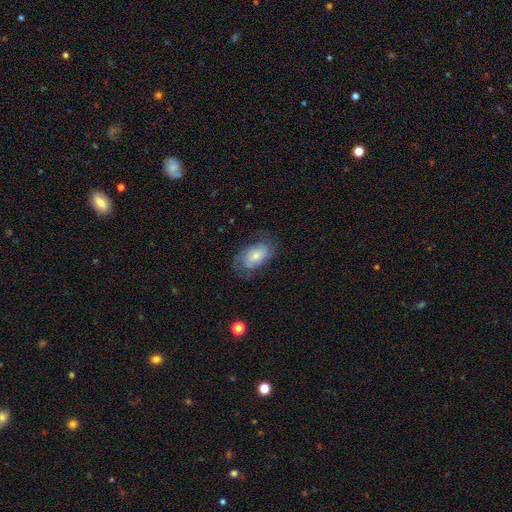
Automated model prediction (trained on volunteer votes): Morphology: type=smooth (50%); merging=none (63%).